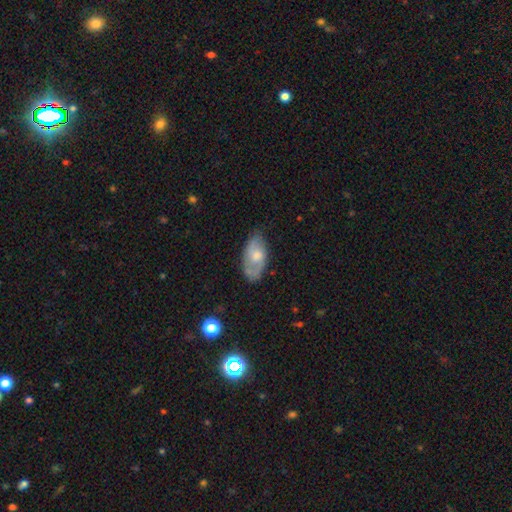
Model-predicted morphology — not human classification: smooth 49%, featured or disk 44%, star or artifact 6%. Down the decision tree: merging — none (63%).